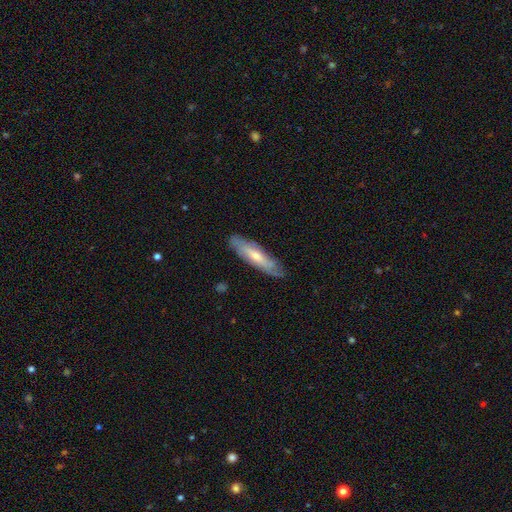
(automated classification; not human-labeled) A featured or disk galaxy (52%). Merging: none (80%).